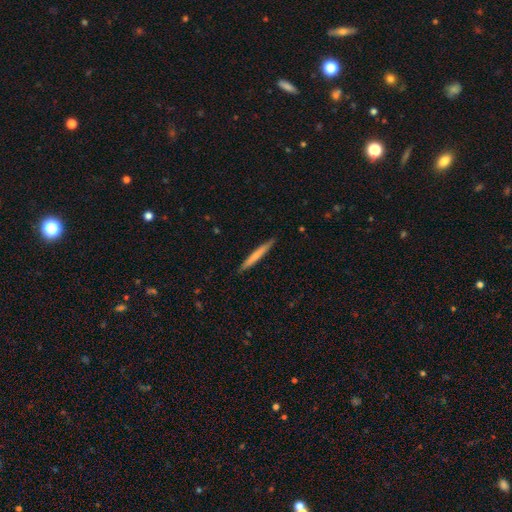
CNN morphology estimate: This appears to be a smooth galaxy with no disk features (64%) that is cigar-shaped (96%). Merging: none (90%).